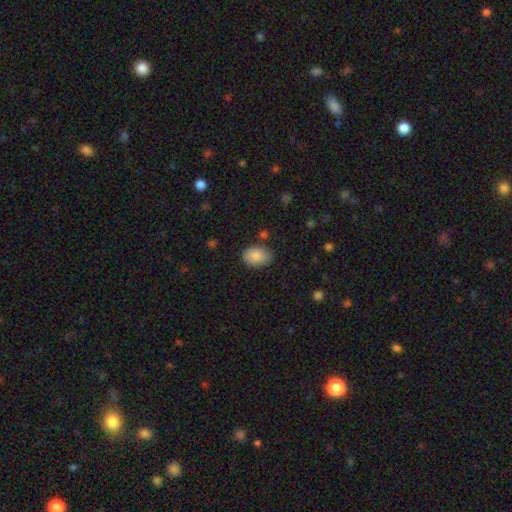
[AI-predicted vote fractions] This appears to be a smooth galaxy with no disk features (86%) that is in between round and cigar-shaped (83%). Merging: none (78%).